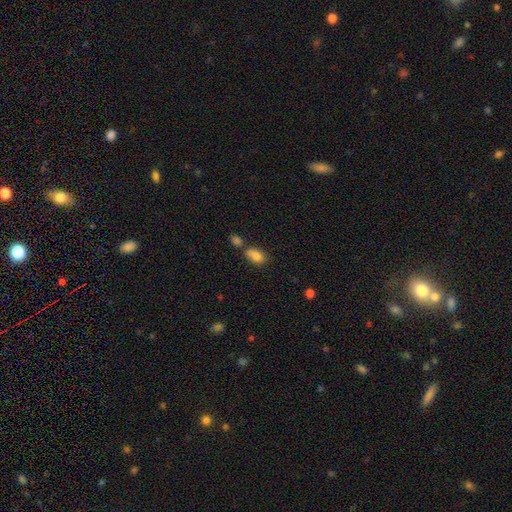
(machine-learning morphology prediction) smooth_or_featured: smooth (p=0.84) [alt: star or artifact p=0.09]
how_rounded: in between (p=0.89) [alt: round p=0.08]
merging: none (p=0.49) [alt: merger p=0.30]